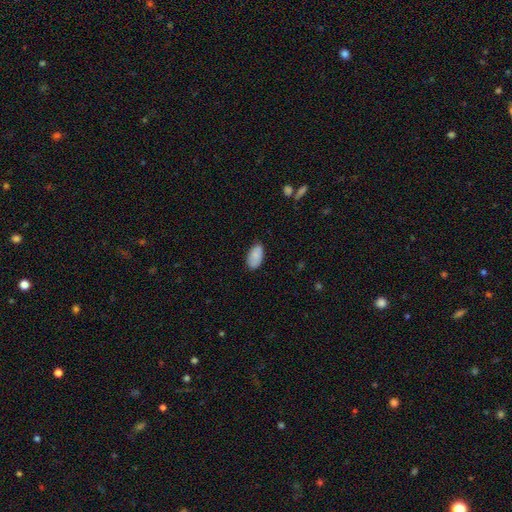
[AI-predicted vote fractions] Smooth or featured: smooth — 84% (featured or disk — 9%)
How rounded: in between — 95% (round — 3%)
Merging: none — 81% (minor disturbance — 15%)